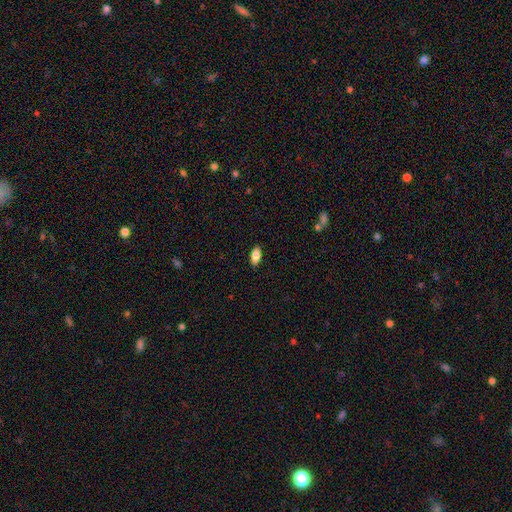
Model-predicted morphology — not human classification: Smooth or featured? Predicted: smooth (p=0.83). How rounded? Predicted: in between (p=0.86). Merging? Predicted: none (p=0.88).